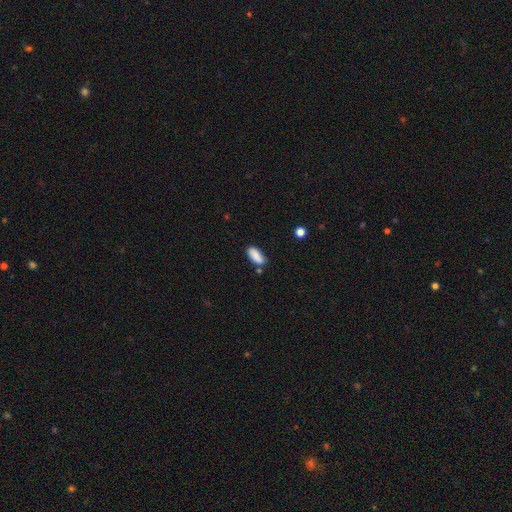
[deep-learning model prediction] smooth_or_featured: smooth (p=0.86) [alt: featured or disk p=0.07]
how_rounded: in between (p=0.82) [alt: cigar-shaped p=0.15]
merging: none (p=0.73) [alt: minor disturbance p=0.18]